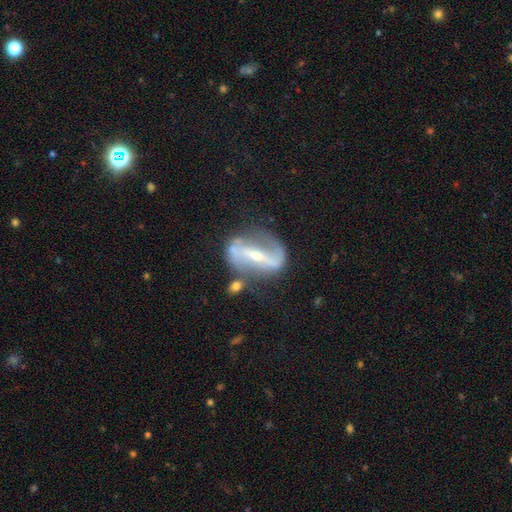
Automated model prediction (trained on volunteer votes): A featured or disk galaxy (85%) with a strong bar (73%), 2 (85%) loose (47%) spiral arms (84%) and a small central bulge (59%). Merging: none (63%).